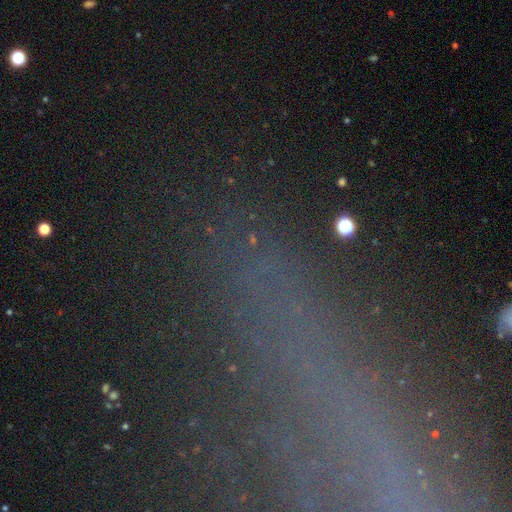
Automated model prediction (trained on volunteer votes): Smooth or featured? star or artifact (62%)